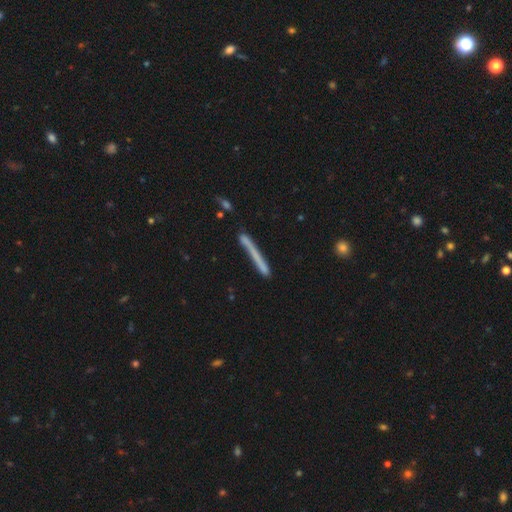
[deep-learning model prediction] Smooth or featured? Predicted: smooth (p=0.55). How rounded? Predicted: cigar-shaped (p=0.96). Merging? Predicted: none (p=0.76).